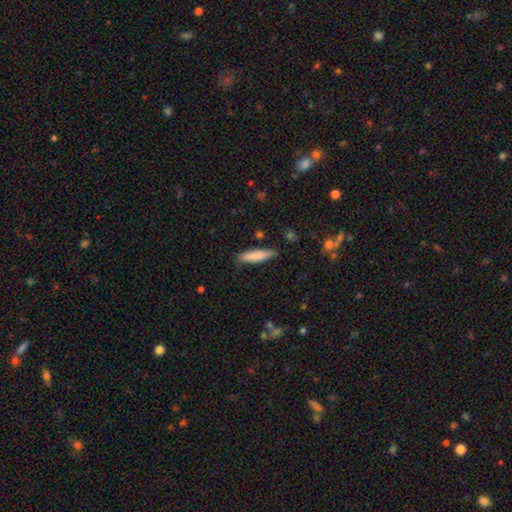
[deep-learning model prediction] This appears to be a smooth galaxy with no disk features (81%) that is cigar-shaped (75%). Merging: none (79%).